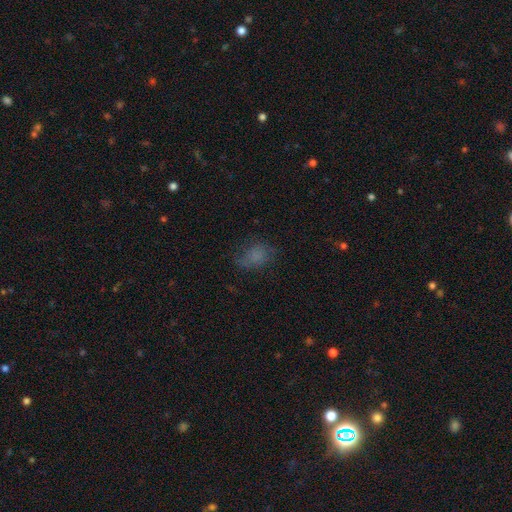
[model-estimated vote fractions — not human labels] A smooth galaxy with no disk features (67%) that is in between round and cigar-shaped (65%). Merging: none (57%).